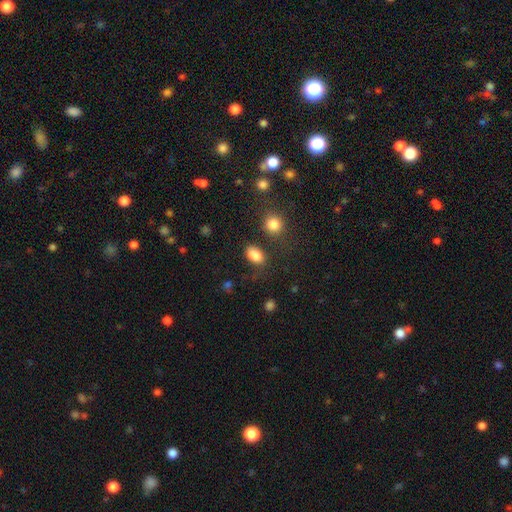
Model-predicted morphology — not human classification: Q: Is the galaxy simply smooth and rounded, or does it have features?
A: smooth — 85%.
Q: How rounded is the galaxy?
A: in between — 85%.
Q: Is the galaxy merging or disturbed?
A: none — 72%.